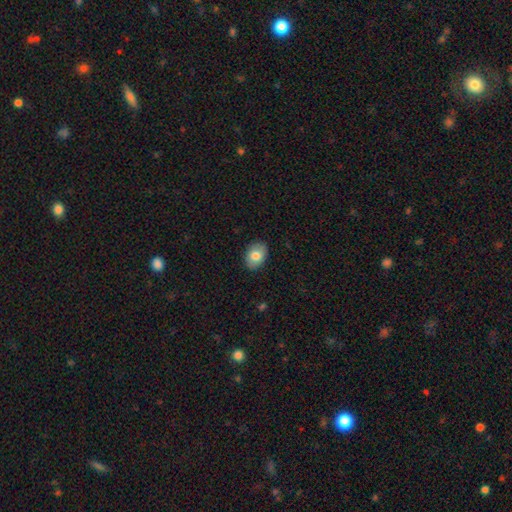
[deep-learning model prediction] Smooth or featured: smooth — 80% (featured or disk — 13%)
How rounded: in between — 78% (round — 21%)
Merging: none — 88% (minor disturbance — 9%)